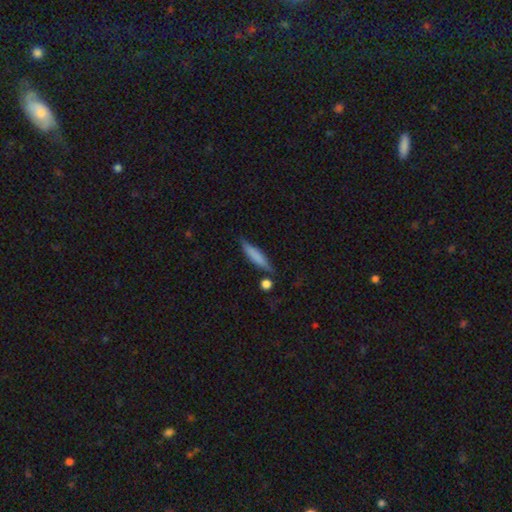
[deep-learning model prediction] A smooth galaxy with no disk features (72%) that is cigar-shaped (83%).

Vote fractions:
- Smooth or featured? smooth: 72% / featured or disk: 22% / star or artifact: 7%
- How rounded? cigar-shaped: 83% / in between: 15% / round: 2%
- Merging? none: 74% / minor disturbance: 16% / merger: 6% / major disturbance: 4%